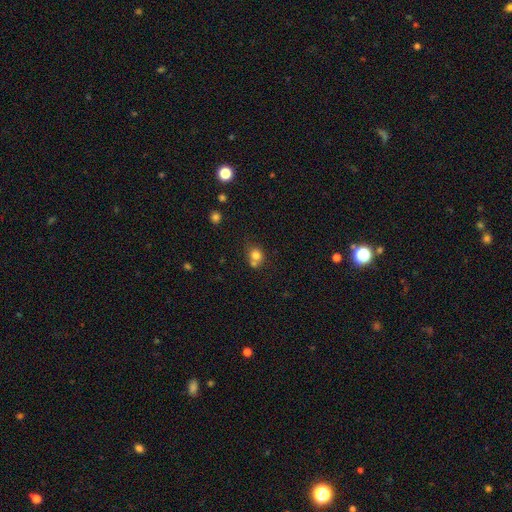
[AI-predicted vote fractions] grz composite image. It shows a smooth galaxy with no disk features (78%) that is round (75%). Merging: none (46%).